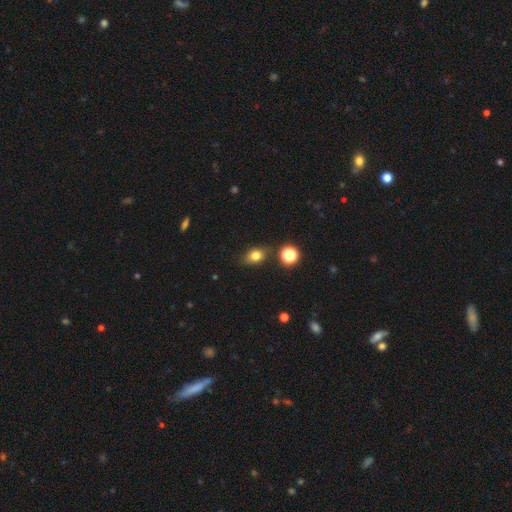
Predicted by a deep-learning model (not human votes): smooth-or-featured: smooth: 77% | star or artifact: 14% | featured or disk: 9%
  how-rounded: in between: 64% | round: 34% | cigar-shaped: 2%
  merging: none: 78% | minor disturbance: 14% | merger: 4% | major disturbance: 3%